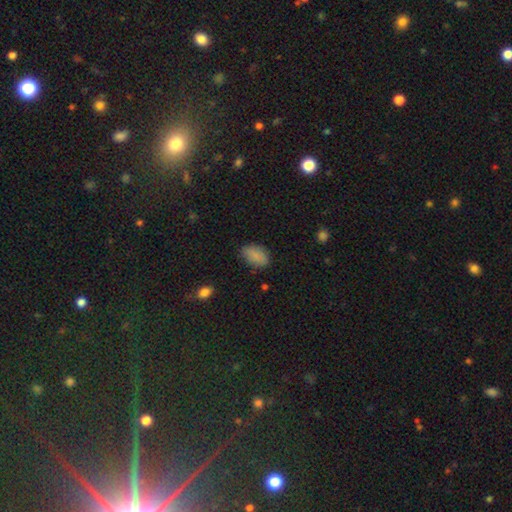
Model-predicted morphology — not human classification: Overall: smooth (87%). How rounded: in between (91%). Merging: none (79%).